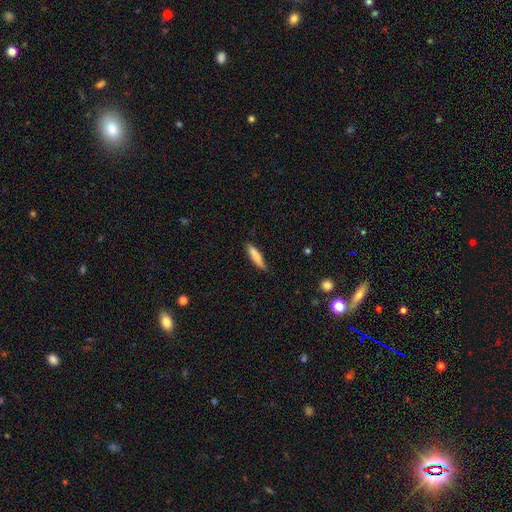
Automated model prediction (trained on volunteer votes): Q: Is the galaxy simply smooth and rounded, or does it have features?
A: smooth — 80%.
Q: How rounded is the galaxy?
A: cigar-shaped — 82%.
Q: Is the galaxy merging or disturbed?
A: none — 81%.